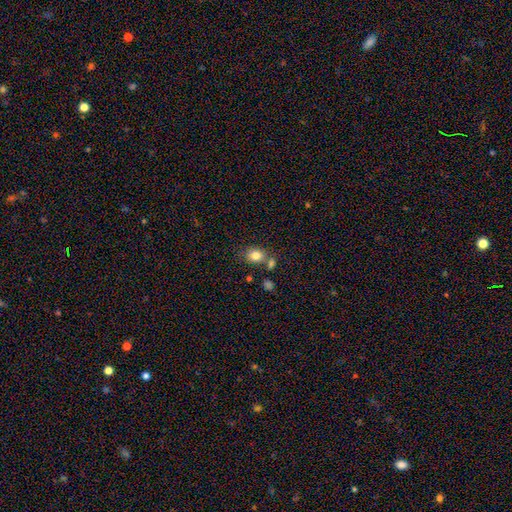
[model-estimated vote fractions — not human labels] This is clearly a smooth galaxy (81%). How rounded: possibly in between (50%). Merging: likely none (64%).